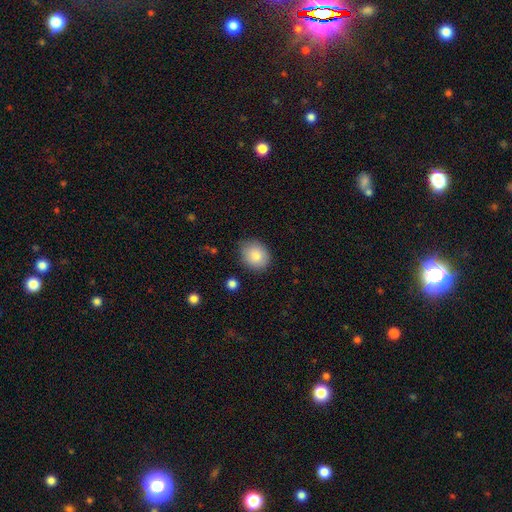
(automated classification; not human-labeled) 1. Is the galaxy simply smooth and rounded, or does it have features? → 85% smooth, 7% star or artifact, 7% featured or disk.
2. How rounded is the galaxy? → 53% round, 46% in between, 1% cigar-shaped.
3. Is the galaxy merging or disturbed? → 79% none, 16% minor disturbance, 3% major disturbance, 2% merger.